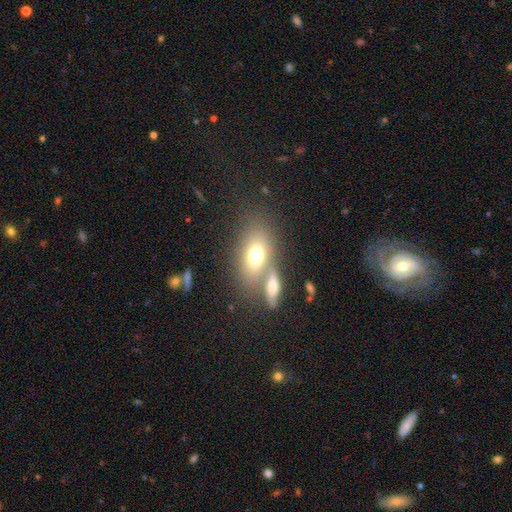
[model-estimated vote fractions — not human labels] A smooth galaxy with no disk features (69%) that is in between round and cigar-shaped (82%).

Vote fractions:
- Smooth or featured? smooth: 69% / featured or disk: 22% / star or artifact: 9%
- How rounded? in between: 82% / round: 14% / cigar-shaped: 4%
- Merging? none: 47% / merger: 37% / minor disturbance: 11% / major disturbance: 6%